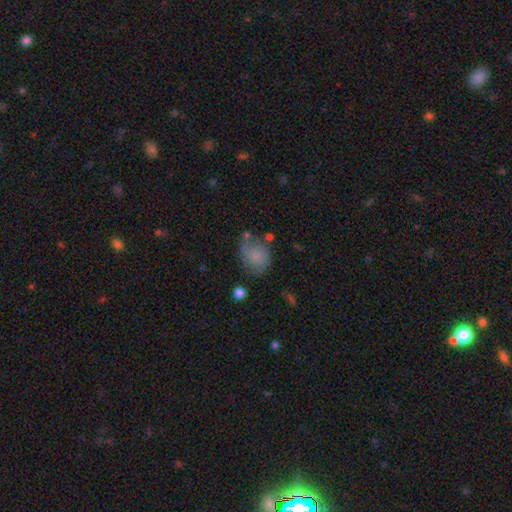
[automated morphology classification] smooth 64%, featured or disk 26%, star or artifact 10%. Down the decision tree: how rounded — round (56%); merging — none (48%).